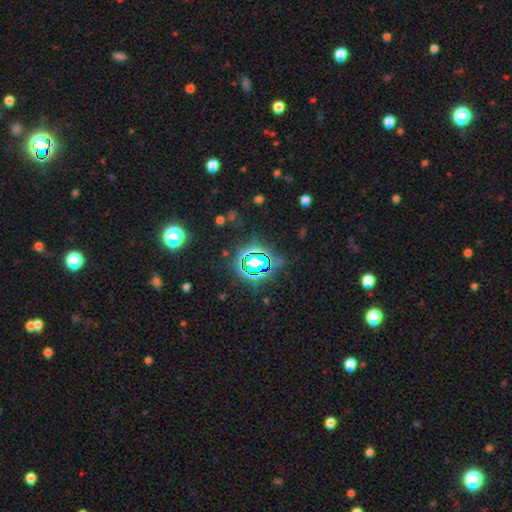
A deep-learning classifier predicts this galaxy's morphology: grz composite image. It shows a star or artifact, not a galaxy (80%).